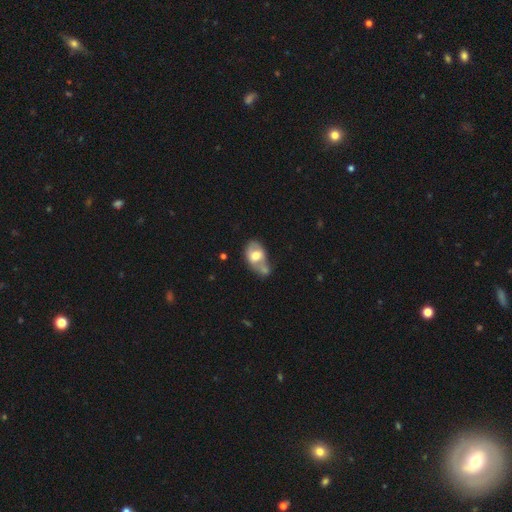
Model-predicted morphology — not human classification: This is possibly a smooth galaxy (59%). How rounded: clearly in between (84%). Merging: marginally merger (45%).